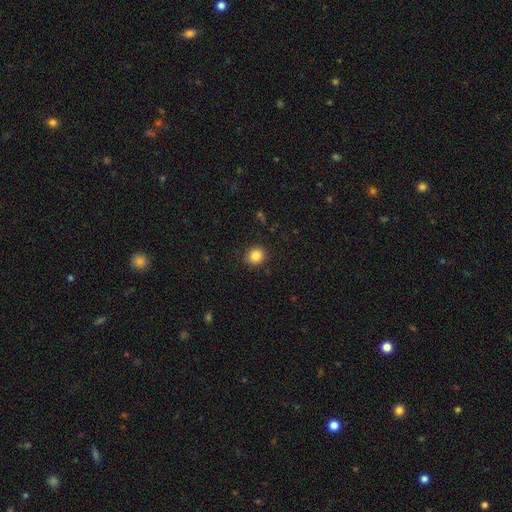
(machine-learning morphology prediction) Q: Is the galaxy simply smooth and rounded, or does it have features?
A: smooth — 85%.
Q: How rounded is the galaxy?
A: round — 84%.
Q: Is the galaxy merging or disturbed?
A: none — 89%.